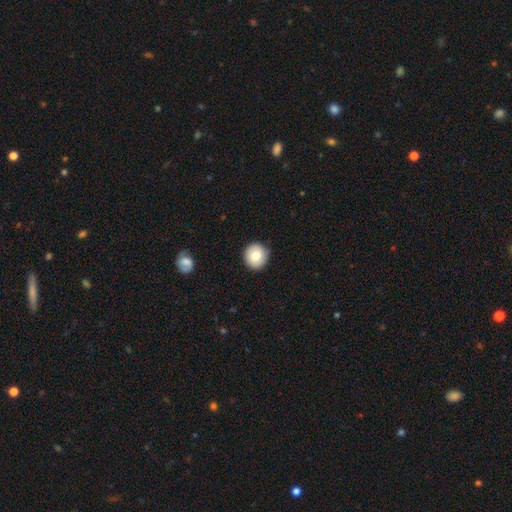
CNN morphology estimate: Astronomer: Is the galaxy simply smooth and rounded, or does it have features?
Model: smooth — 78%.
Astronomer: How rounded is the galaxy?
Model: round — 93%.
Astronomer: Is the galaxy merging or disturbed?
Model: none — 88%.